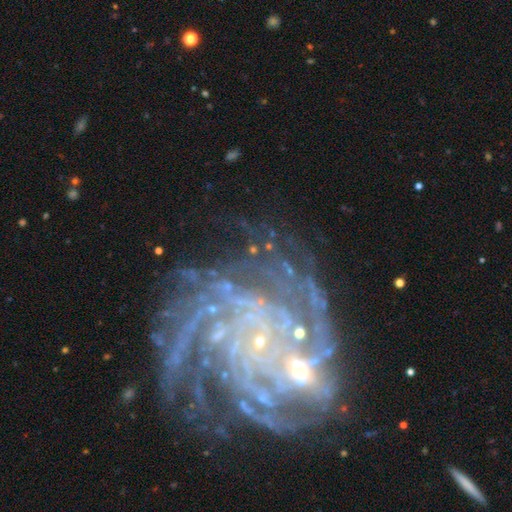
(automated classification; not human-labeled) Smooth or featured?
  - featured or disk: 85% *
  - star or artifact: 10%
  - smooth: 5%
Edge-on disk?
  - no: 98% *
  - yes: 2%
Bar?
  - no: 68% *
  - weak: 22%
  - strong: 10%
Spiral arms?
  - yes: 96% *
  - no: 4%
Spiral winding?
  - tight: 66% *
  - medium: 27%
  - loose: 7%
Spiral arm count?
  - more than 4: 33% *
  - can't tell: 19%
  - 4: 18%
  - 3: 12%
  - 2: 10%
  - 1: 8%
Bulge size?
  - small: 82% *
  - none: 8%
  - moderate: 8%
  - large: 1%
  - dominant: 1%
Merging?
  - none: 61% *
  - minor disturbance: 17%
  - major disturbance: 16%
  - merger: 6%